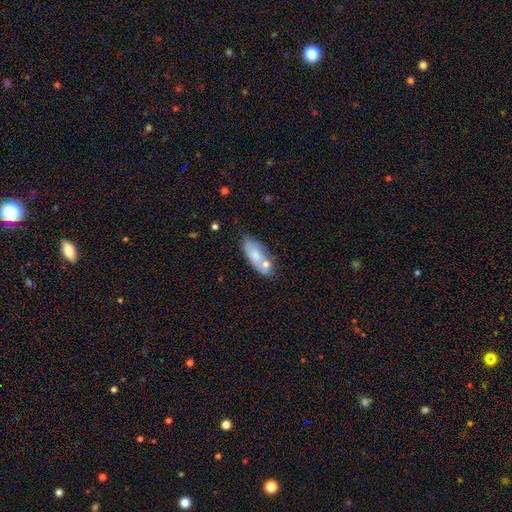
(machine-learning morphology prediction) smooth-or-featured: smooth: 68% | featured or disk: 25% | star or artifact: 7%
  how-rounded: in between: 80% | cigar-shaped: 17% | round: 3%
  merging: none: 52% | merger: 21% | minor disturbance: 21% | major disturbance: 6%